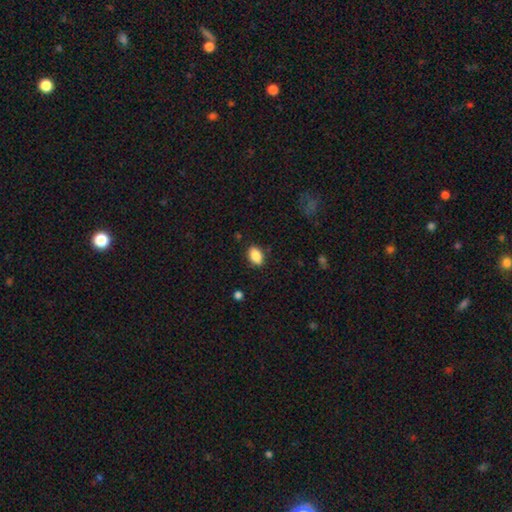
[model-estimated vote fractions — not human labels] Morphology: type=smooth (87%); roundness=in between (88%); merging=none (85%).